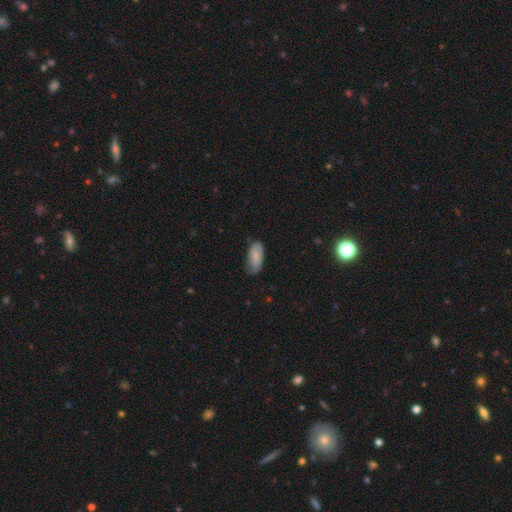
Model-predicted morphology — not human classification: Overall: smooth (82%). How rounded: in between (89%). Merging: none (64%; minor disturbance 29%).